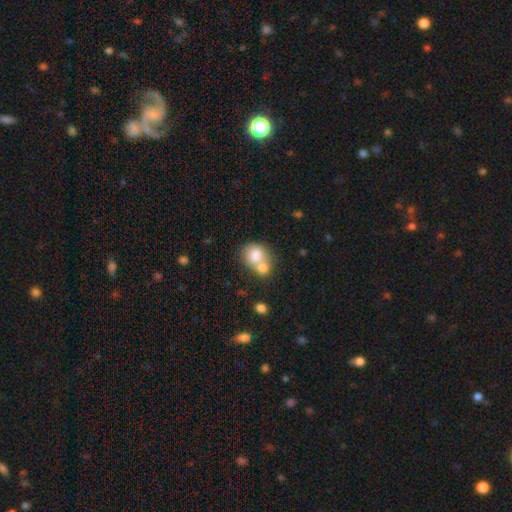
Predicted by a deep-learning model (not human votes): smooth 76%, featured or disk 15%, star or artifact 9%. Down the decision tree: how rounded — round (66%); merging — merger (60%).